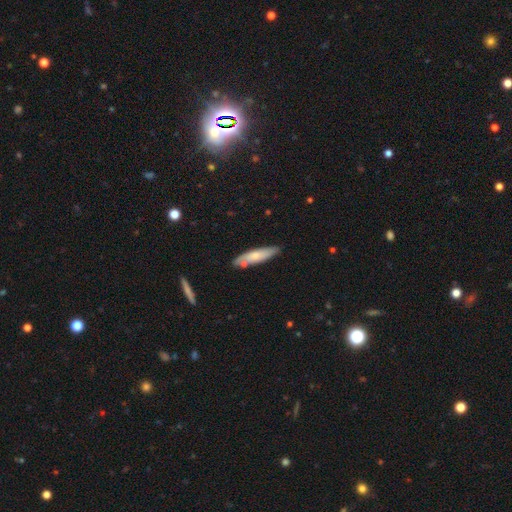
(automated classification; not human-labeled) smooth_or_featured: smooth (p=0.64) [alt: featured or disk p=0.31]
how_rounded: cigar-shaped (p=0.69) [alt: in between p=0.30]
merging: none (p=0.76) [alt: minor disturbance p=0.15]